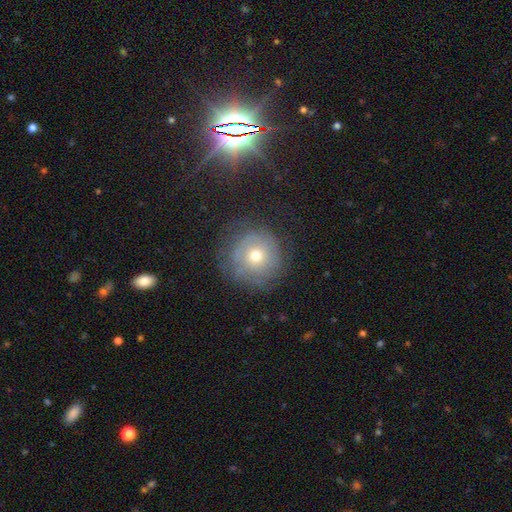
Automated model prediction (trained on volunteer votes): smooth-or-featured: smooth: 54% | featured or disk: 34% | star or artifact: 12%
  how-rounded: round: 93% | in between: 6% | cigar-shaped: 1%
  merging: none: 69% | minor disturbance: 18% | major disturbance: 12% | merger: 1%